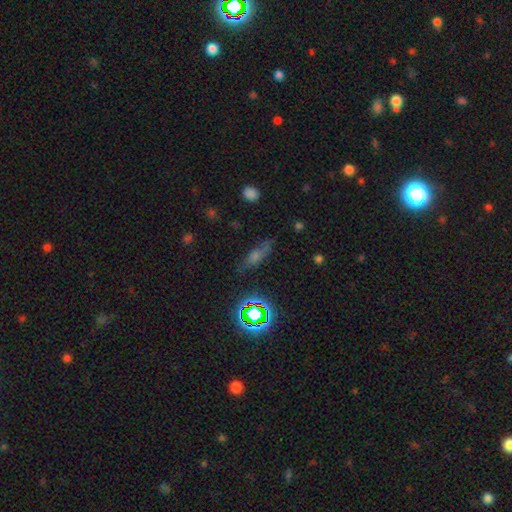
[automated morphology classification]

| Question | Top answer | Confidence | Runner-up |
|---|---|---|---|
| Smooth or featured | smooth | 46% | star or artifact (28%) |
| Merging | none | 67% | minor disturbance (22%) |